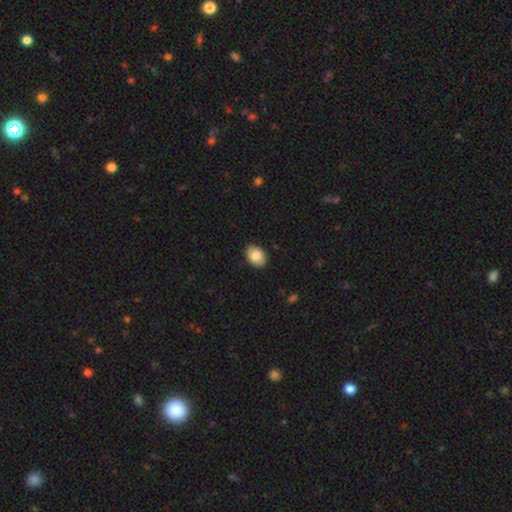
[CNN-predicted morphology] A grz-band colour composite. It shows a smooth galaxy with no disk features (84%) that is in between round and cigar-shaped (78%). Merging: none (87%).